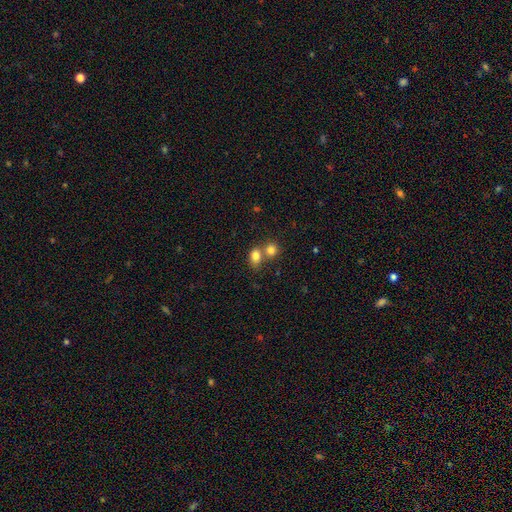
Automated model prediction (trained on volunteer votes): smooth-or-featured: smooth: 81% | star or artifact: 10% | featured or disk: 9%
  how-rounded: in between: 53% | round: 45% | cigar-shaped: 1%
  merging: merger: 50% | none: 39% | minor disturbance: 8% | major disturbance: 3%